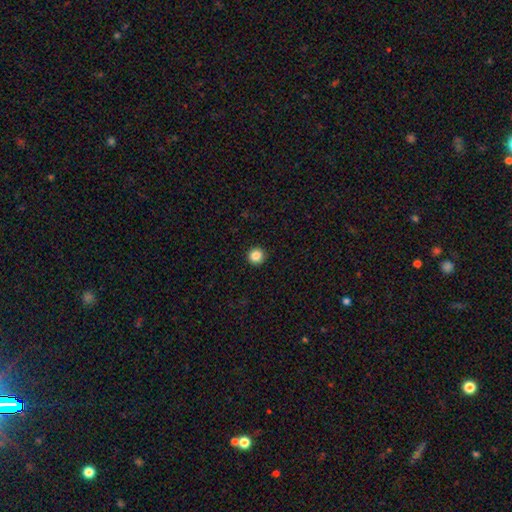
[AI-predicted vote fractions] smooth_or_featured: smooth (p=0.86) [alt: star or artifact p=0.10]
how_rounded: round (p=0.95) [alt: in between p=0.04]
merging: none (p=0.93) [alt: minor disturbance p=0.04]